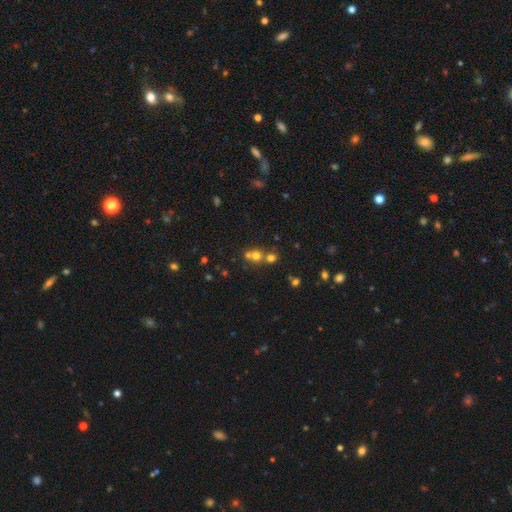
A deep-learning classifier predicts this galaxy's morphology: The model was most divided on "merging": merger: 48%, none: 43%, minor disturbance: 6%, major disturbance: 3%. More confident: how rounded — round (84%); smooth or featured — smooth (62%).